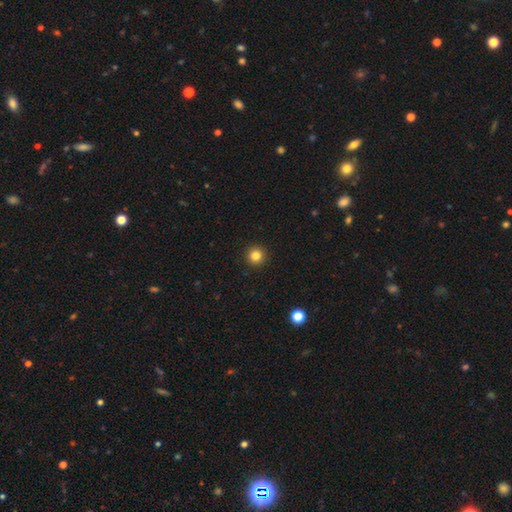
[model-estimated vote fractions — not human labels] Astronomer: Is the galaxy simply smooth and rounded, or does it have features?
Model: smooth — 83%.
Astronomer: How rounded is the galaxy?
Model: round — 96%.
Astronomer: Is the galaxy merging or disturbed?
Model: none — 93%.